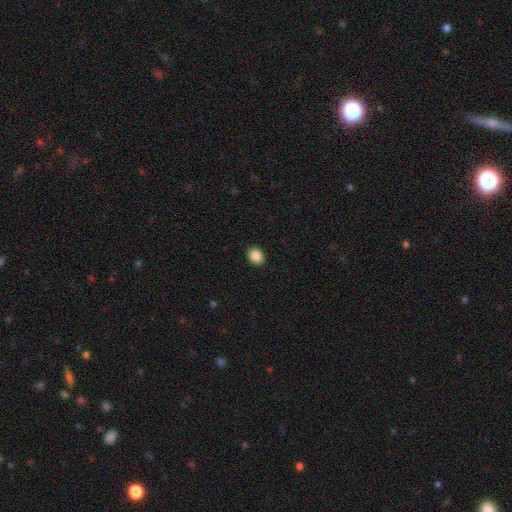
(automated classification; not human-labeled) A smooth galaxy with no disk features (87%) that is in between round and cigar-shaped (55%).

Vote fractions:
- Smooth or featured? smooth: 87% / star or artifact: 9% / featured or disk: 4%
- How rounded? in between: 55% / round: 44% / cigar-shaped: 1%
- Merging? none: 91% / minor disturbance: 6% / major disturbance: 2% / merger: 1%